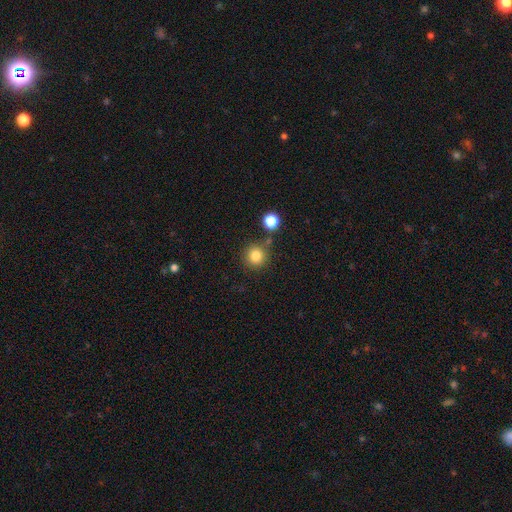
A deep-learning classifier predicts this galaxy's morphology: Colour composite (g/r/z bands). It shows a smooth galaxy with no disk features (83%) that is round (93%). Merging: none (80%).